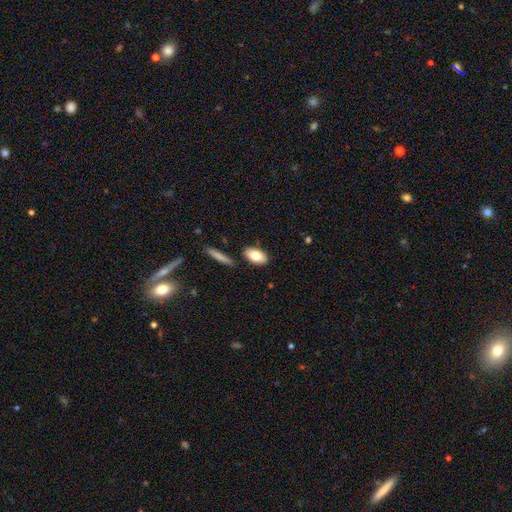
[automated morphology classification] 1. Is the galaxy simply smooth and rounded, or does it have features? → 78% smooth, 15% featured or disk, 7% star or artifact.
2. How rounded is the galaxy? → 91% in between, 5% cigar-shaped, 5% round.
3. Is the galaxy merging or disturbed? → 84% none, 10% minor disturbance, 4% merger, 2% major disturbance.